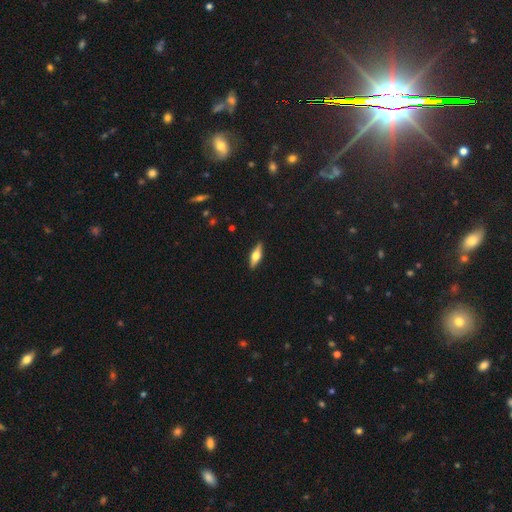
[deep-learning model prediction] Q: Smooth or featured?
A: featured or disk (49%); runner-up: smooth (45%)
Q: Merging?
A: none (90%); runner-up: minor disturbance (8%)